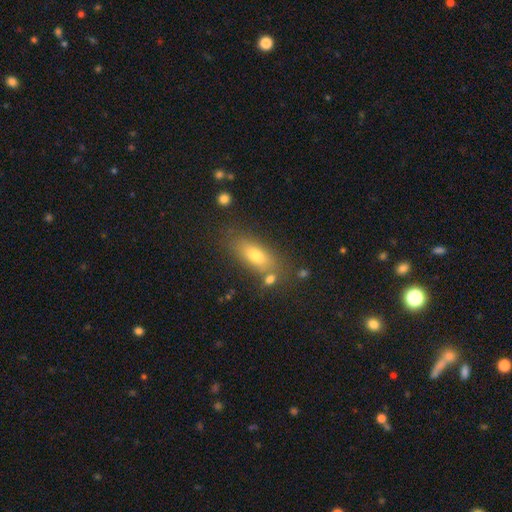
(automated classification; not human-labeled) Morphology: type=smooth (73%); roundness=in between (74%); merging=none (71%).